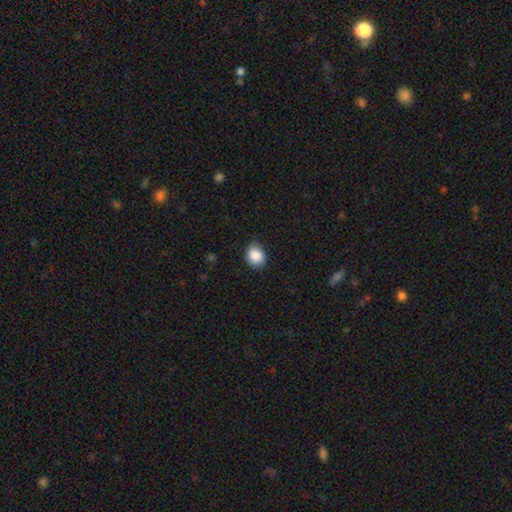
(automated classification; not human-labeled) Overall: smooth (88%). How rounded: round (56%; in between 43%). Merging: none (77%).